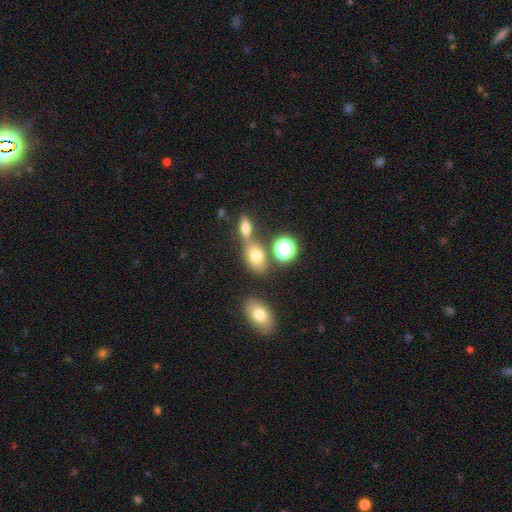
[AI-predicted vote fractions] Smooth or featured: smooth — 71% (star or artifact — 15%)
How rounded: in between — 79% (round — 18%)
Merging: none — 54% (merger — 29%)